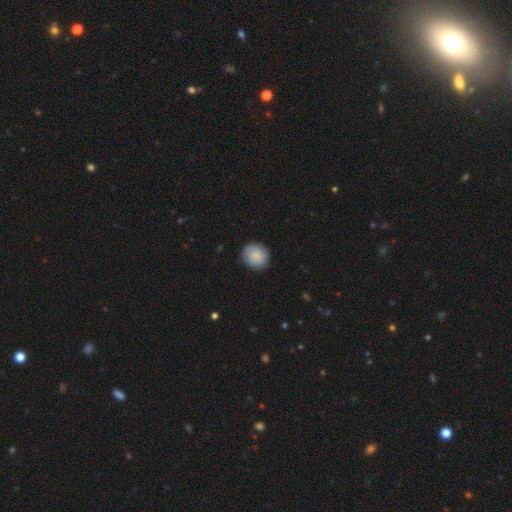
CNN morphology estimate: smooth-or-featured: smooth: 87% | featured or disk: 7% | star or artifact: 6%
  how-rounded: round: 87% | in between: 12% | cigar-shaped: 1%
  merging: none: 88% | minor disturbance: 9% | major disturbance: 2% | merger: 1%